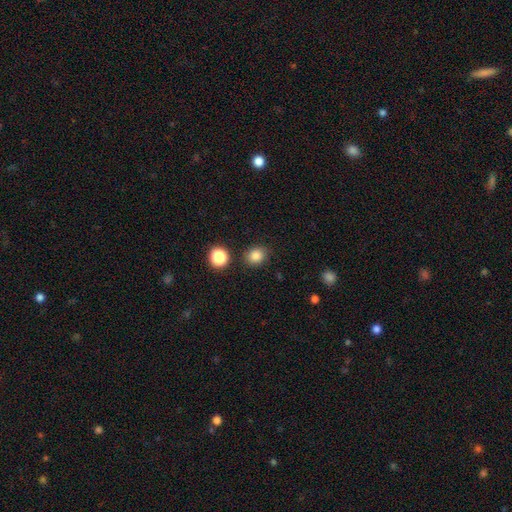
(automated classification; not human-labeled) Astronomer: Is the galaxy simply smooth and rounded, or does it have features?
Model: smooth — 83%.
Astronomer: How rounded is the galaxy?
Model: round — 66%.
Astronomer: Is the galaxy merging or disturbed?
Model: none — 84%.